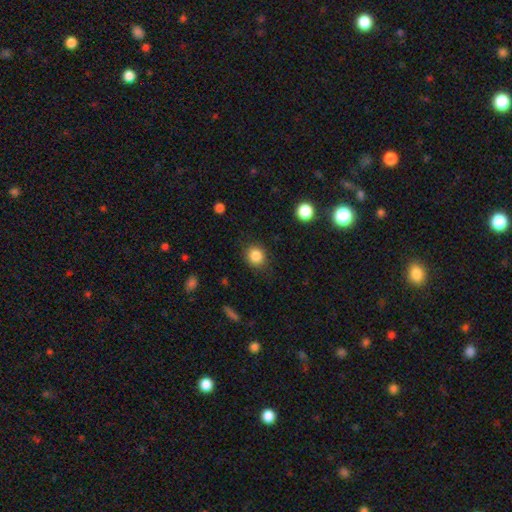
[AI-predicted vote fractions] Morphology: type=smooth (86%); roundness=round (79%); merging=none (85%).